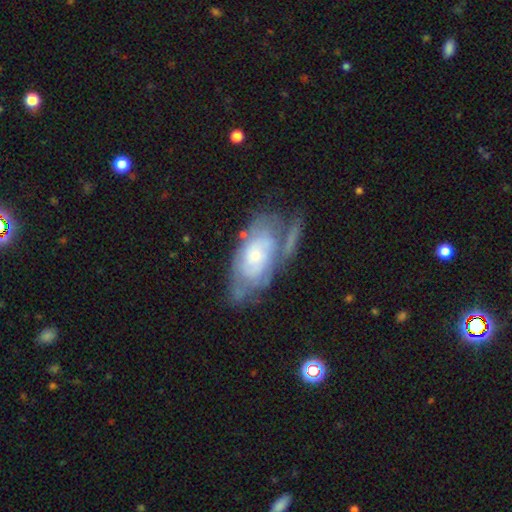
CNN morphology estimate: type=featured or disk (66%); edge-on=no (92%); bar=no (77%); spiral arms=yes (70%); bulge=small (57%); merging=none (44%).